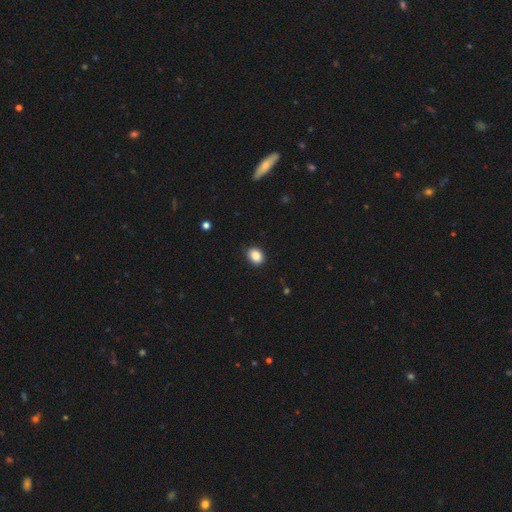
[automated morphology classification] smooth_or_featured: smooth (p=0.87) [alt: star or artifact p=0.09]
how_rounded: in between (p=0.57) [alt: round p=0.42]
merging: none (p=0.89) [alt: minor disturbance p=0.08]